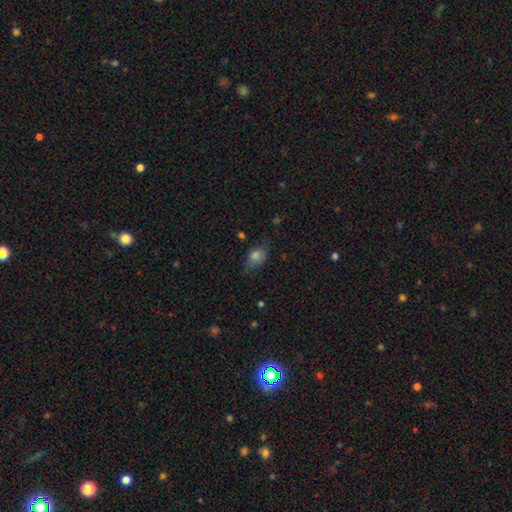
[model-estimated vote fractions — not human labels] Q: Smooth or featured?
A: smooth (73%); runner-up: featured or disk (15%)
Q: How rounded?
A: in between (73%); runner-up: round (24%)
Q: Merging?
A: none (54%); runner-up: minor disturbance (31%)